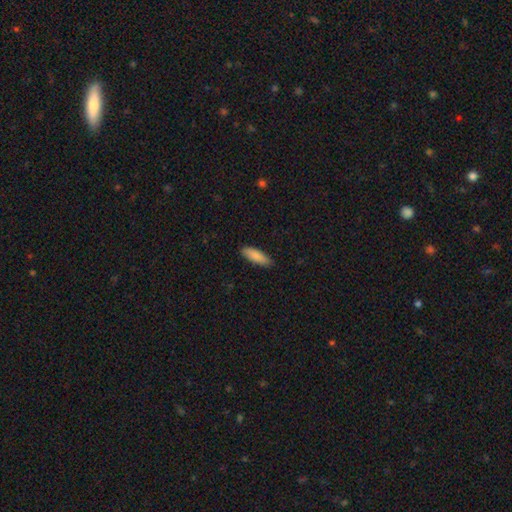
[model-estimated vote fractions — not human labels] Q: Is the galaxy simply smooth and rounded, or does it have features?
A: smooth — 87%.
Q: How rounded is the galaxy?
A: in between — 51%.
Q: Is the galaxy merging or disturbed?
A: none — 88%.